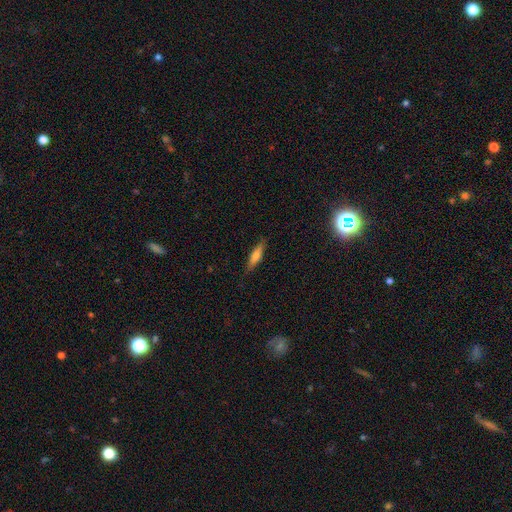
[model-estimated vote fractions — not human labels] The model was most divided on "smooth or featured": smooth: 61%, featured or disk: 33%, star or artifact: 7%. More confident: merging — none (85%); how rounded — cigar-shaped (76%).